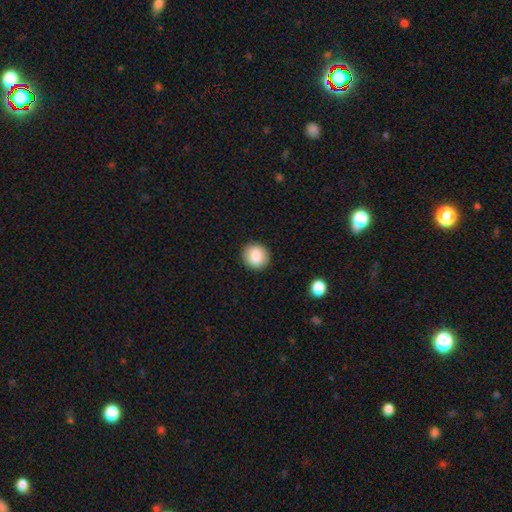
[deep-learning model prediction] This is clearly a smooth galaxy (87%). How rounded: clearly round (88%). Merging: clearly none (90%).